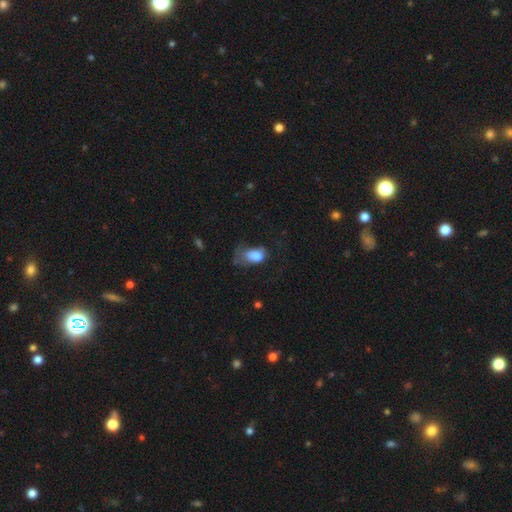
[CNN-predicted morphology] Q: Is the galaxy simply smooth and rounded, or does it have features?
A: smooth — 75%.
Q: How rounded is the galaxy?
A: in between — 86%.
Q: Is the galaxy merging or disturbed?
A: major disturbance — 46%.